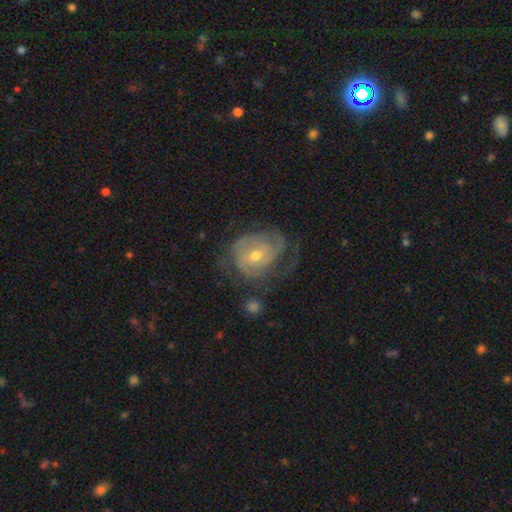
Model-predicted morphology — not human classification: Smooth or featured? Predicted: featured or disk (p=0.80). Edge-on disk? Predicted: no (p=0.97). Bar? Predicted: no (p=0.56). Spiral arms? Predicted: yes (p=0.90). Spiral winding? Predicted: tight (p=0.56). Spiral arm count? Predicted: can't tell (p=0.33). Bulge size? Predicted: moderate (p=0.57). Merging? Predicted: none (p=0.51).